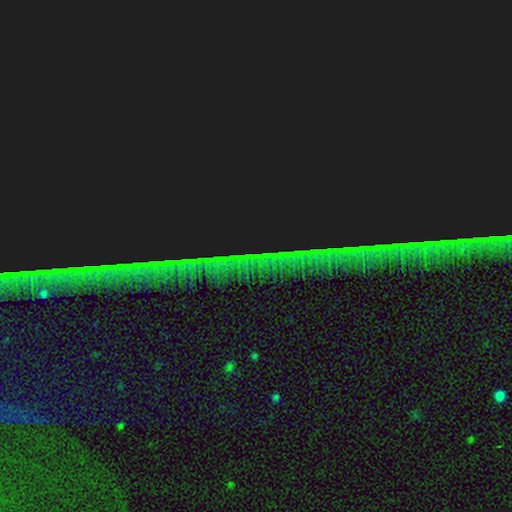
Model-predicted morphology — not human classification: star or artifact 89%, featured or disk 6%, smooth 5%.